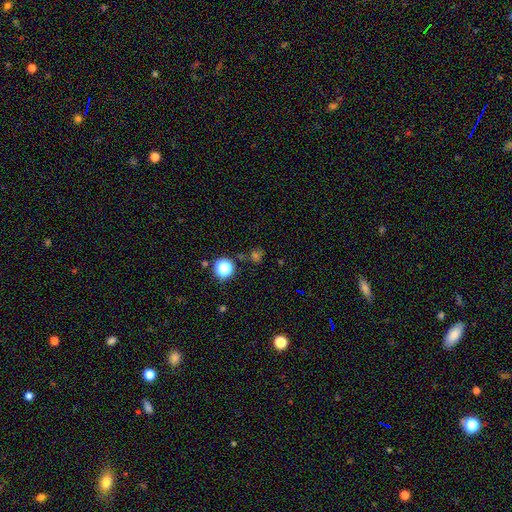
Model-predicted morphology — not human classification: Smooth or featured? smooth (48%)
Merging? none (77%)